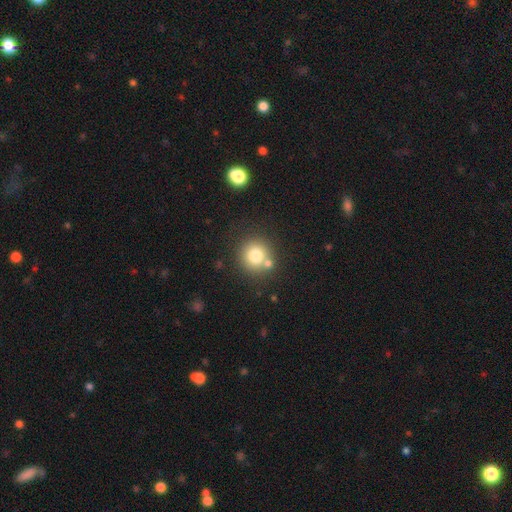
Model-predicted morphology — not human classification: smooth-or-featured: smooth: 77% | star or artifact: 12% | featured or disk: 11%
  how-rounded: round: 91% | in between: 8% | cigar-shaped: 1%
  merging: none: 71% | merger: 16% | minor disturbance: 9% | major disturbance: 3%